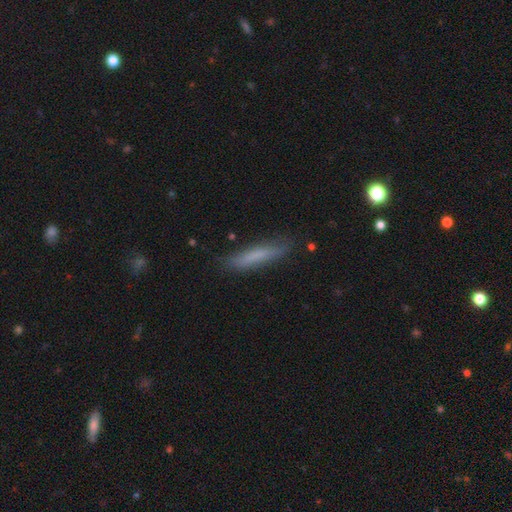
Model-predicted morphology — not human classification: Q: Smooth or featured?
A: smooth (70%); runner-up: featured or disk (23%)
Q: How rounded?
A: cigar-shaped (89%); runner-up: in between (10%)
Q: Merging?
A: none (79%); runner-up: minor disturbance (15%)